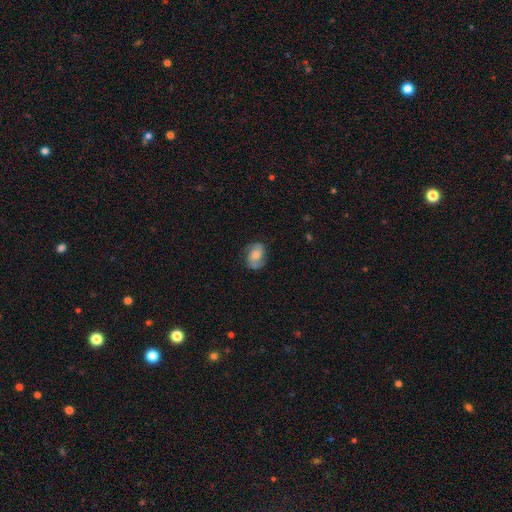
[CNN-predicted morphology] smooth-or-featured: featured or disk: 63% | smooth: 29% | star or artifact: 8%
  disk-edge-on: no: 97% | yes: 3%
    bar: no: 64% | weak: 30% | strong: 6%
    has-spiral-arms: yes: 92% | no: 8%
      spiral-winding: medium: 47% | tight: 32% | loose: 20%
      spiral-arm-count: 2: 87% | can't tell: 6% | 1: 3% | 3: 2% | 4: 1% | more than 4: 1%
    bulge-size: moderate: 35% | large: 28% | small: 19% | none: 15% | dominant: 4%
  merging: none: 77% | minor disturbance: 16% | major disturbance: 6% | merger: 1%